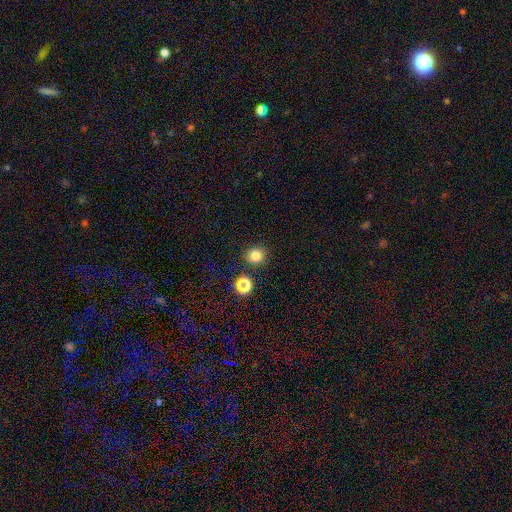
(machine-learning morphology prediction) This is likely a smooth galaxy (79%). How rounded: clearly round (88%). Merging: clearly none (86%).